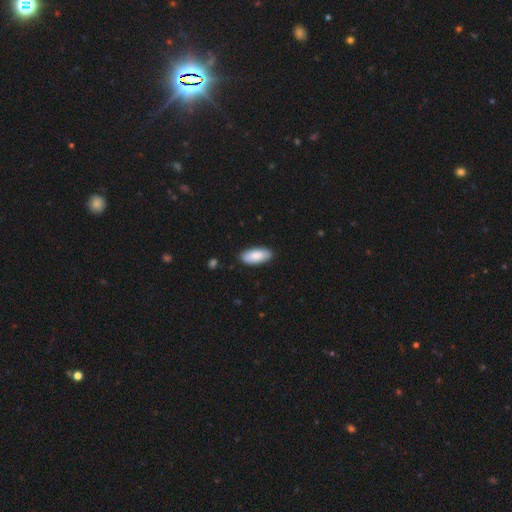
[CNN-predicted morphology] Smooth or featured?
  - smooth: 88% *
  - featured or disk: 7%
  - star or artifact: 5%
How rounded?
  - in between: 88% *
  - cigar-shaped: 10%
  - round: 2%
Merging?
  - none: 87% *
  - minor disturbance: 10%
  - major disturbance: 2%
  - merger: 1%